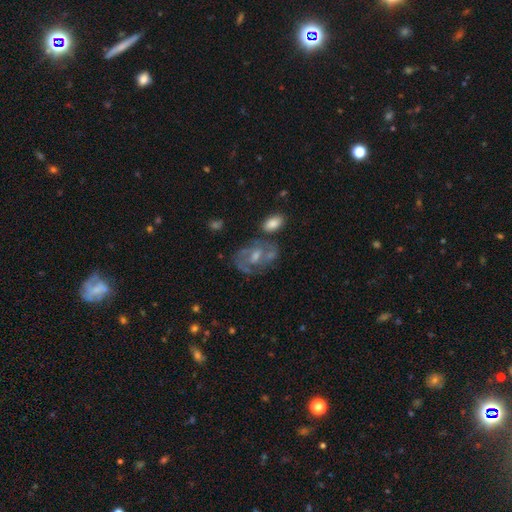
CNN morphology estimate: The model was most divided on "bar": weak: 45%, no: 43%, strong: 12%. Remaining: edge-on disk — no (96%); spiral arms — yes (78%); smooth or featured — featured or disk (70%); merging — none (59%); spiral arm count — 2 (54%); bulge size — moderate (48%); spiral winding — medium (47%).